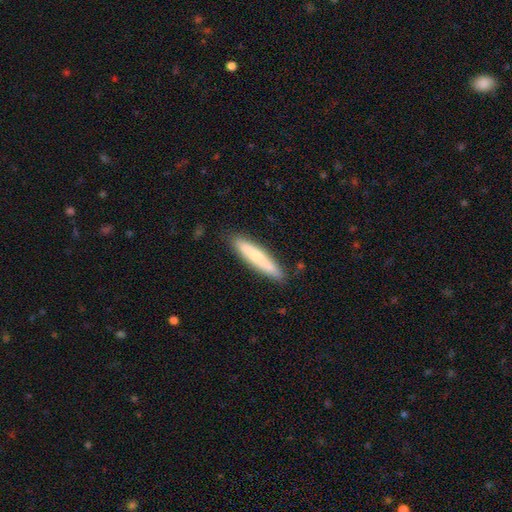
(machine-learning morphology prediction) Overall: smooth (66%; featured or disk 28%). How rounded: cigar-shaped (89%). Merging: none (87%).